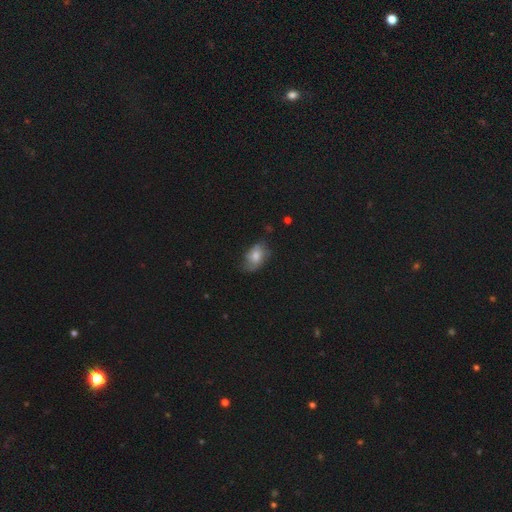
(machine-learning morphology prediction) This appears to be a smooth galaxy with no disk features (70%) that is in between round and cigar-shaped (87%). Merging: none (58%).